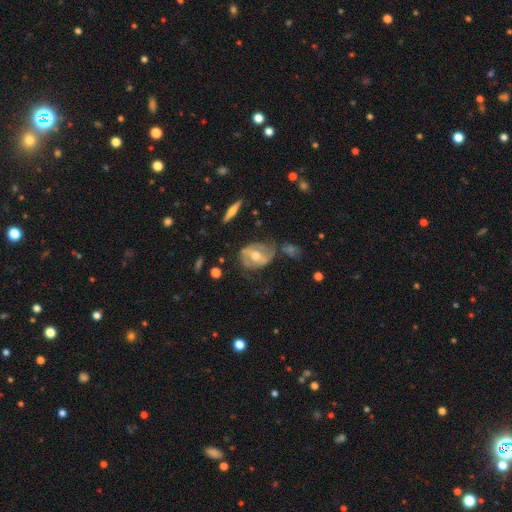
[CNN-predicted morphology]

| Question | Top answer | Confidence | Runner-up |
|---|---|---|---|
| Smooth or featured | featured or disk | 70% | smooth (23%) |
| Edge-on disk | no | 92% | yes (8%) |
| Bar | weak | 40% | no (33%) |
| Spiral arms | yes | 67% | no (33%) |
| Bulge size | moderate | 74% | small (16%) |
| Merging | none | 53% | minor disturbance (24%) |